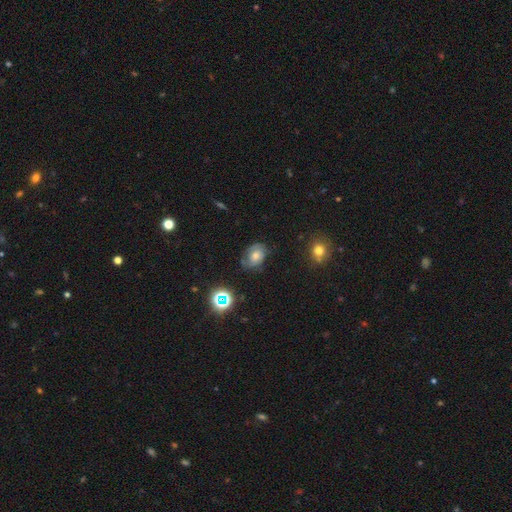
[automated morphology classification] This appears to be a featured or disk galaxy (45%). Merging: none (62%).